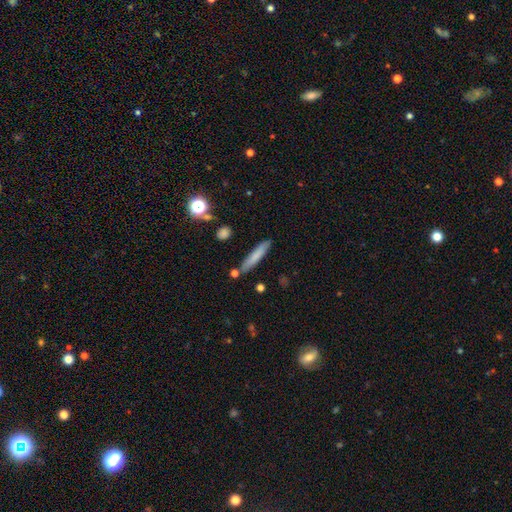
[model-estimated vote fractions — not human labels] This appears to be a smooth galaxy with no disk features (76%) that is cigar-shaped (90%). Merging: none (83%).